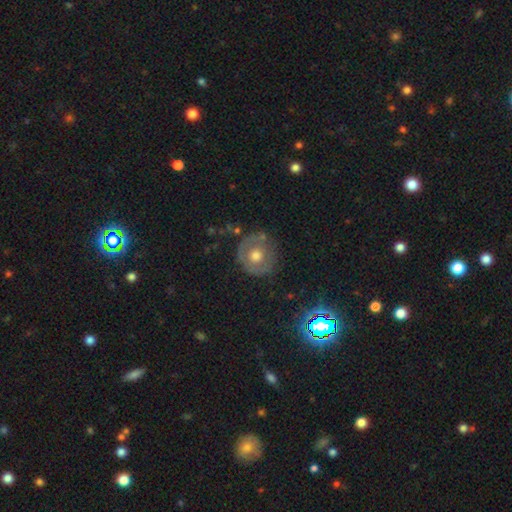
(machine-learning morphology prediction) smooth_or_featured: featured or disk (p=0.44) [alt: smooth p=0.42]
merging: none (p=0.74) [alt: minor disturbance p=0.16]